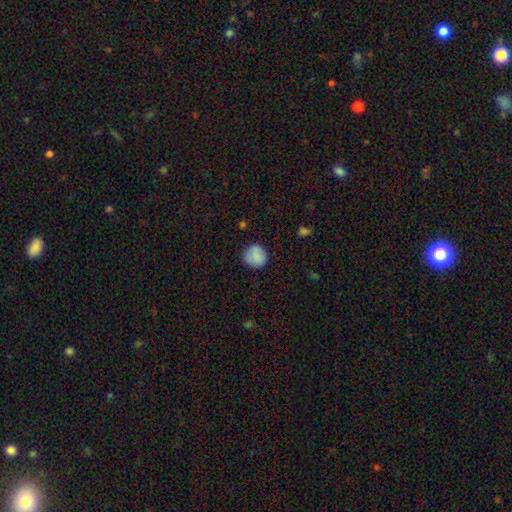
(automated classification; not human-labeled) Morphology: type=smooth (85%); roundness=round (89%); merging=none (83%).